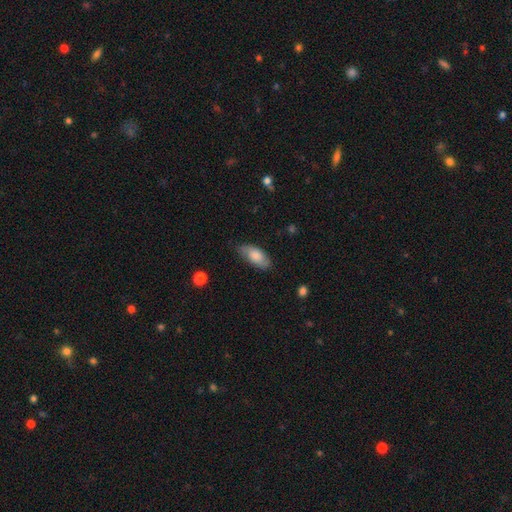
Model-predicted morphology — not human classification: type=smooth (73%); roundness=in between (88%); merging=none (74%).